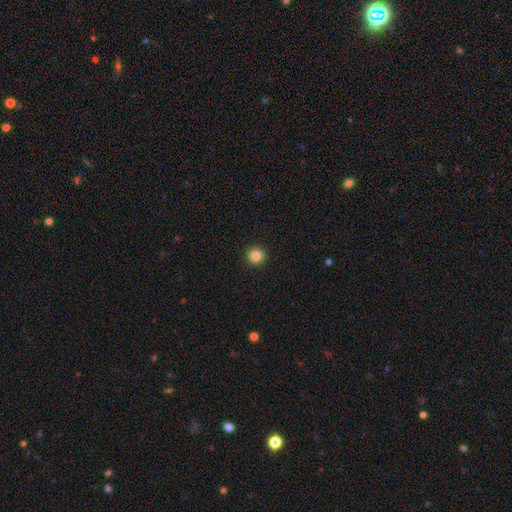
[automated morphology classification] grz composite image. It shows a smooth galaxy with no disk features (84%) that is round (96%). Merging: none (94%).